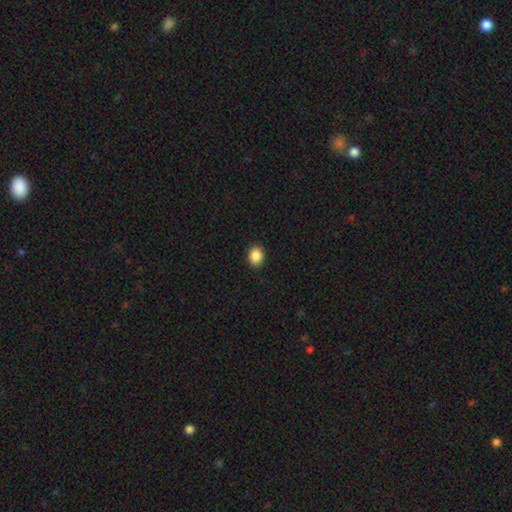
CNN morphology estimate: Smooth or featured? Predicted: smooth (p=0.89). How rounded? Predicted: in between (p=0.53). Merging? Predicted: none (p=0.91).